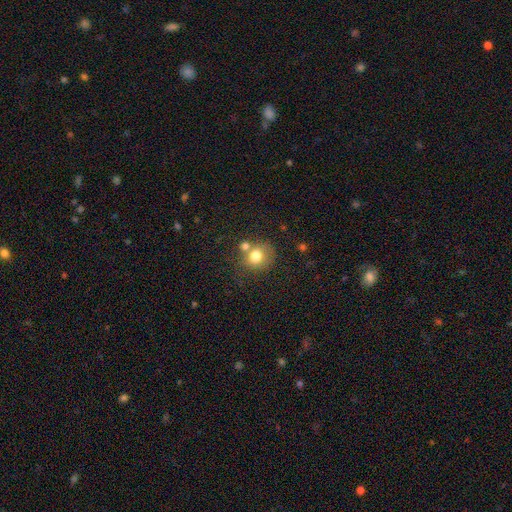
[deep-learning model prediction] Smooth or featured? Predicted: smooth (p=0.76). How rounded? Predicted: round (p=0.81). Merging? Predicted: none (p=0.55).